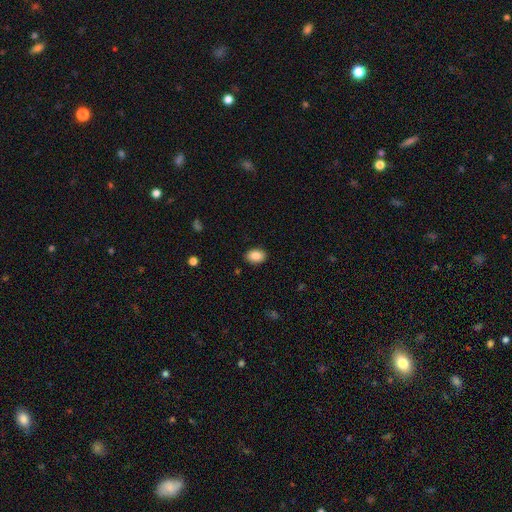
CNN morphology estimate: Smooth or featured? smooth (87%)
How rounded? in between (80%)
Merging? none (89%)